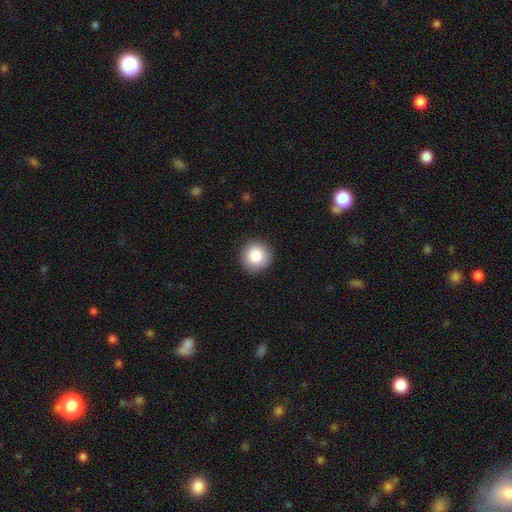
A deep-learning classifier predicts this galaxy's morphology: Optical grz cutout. It shows a smooth galaxy with no disk features (86%) that is round (95%). Merging: none (91%).